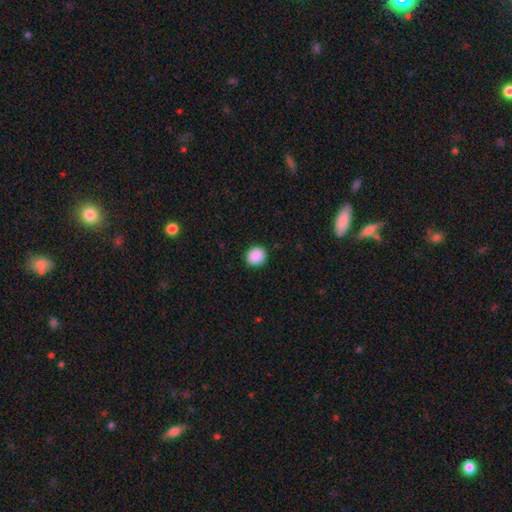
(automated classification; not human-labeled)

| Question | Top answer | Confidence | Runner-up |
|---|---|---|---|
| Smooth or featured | smooth | 90% | star or artifact (8%) |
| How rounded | round | 83% | in between (16%) |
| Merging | none | 91% | minor disturbance (6%) |